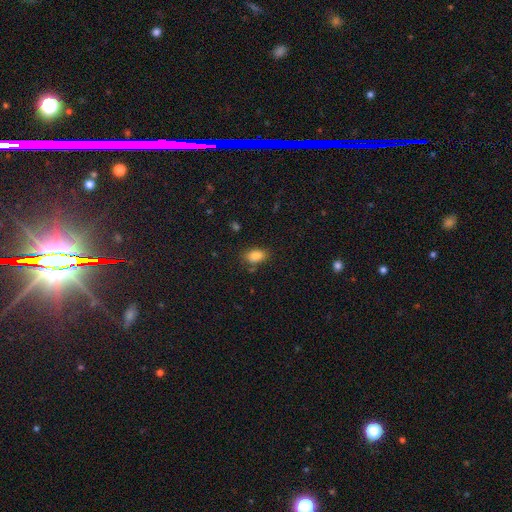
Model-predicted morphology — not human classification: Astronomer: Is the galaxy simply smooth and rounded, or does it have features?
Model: smooth — 85%.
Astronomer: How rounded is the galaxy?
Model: in between — 87%.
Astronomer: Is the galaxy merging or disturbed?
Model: none — 77%.